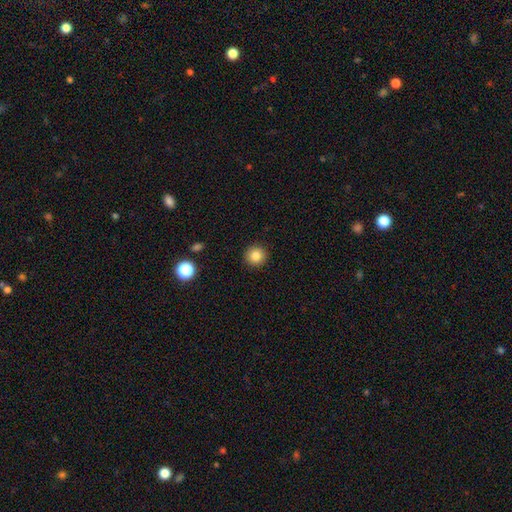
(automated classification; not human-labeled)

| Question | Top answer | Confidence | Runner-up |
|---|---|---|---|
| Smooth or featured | smooth | 84% | star or artifact (11%) |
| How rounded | round | 95% | in between (5%) |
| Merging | none | 92% | minor disturbance (5%) |